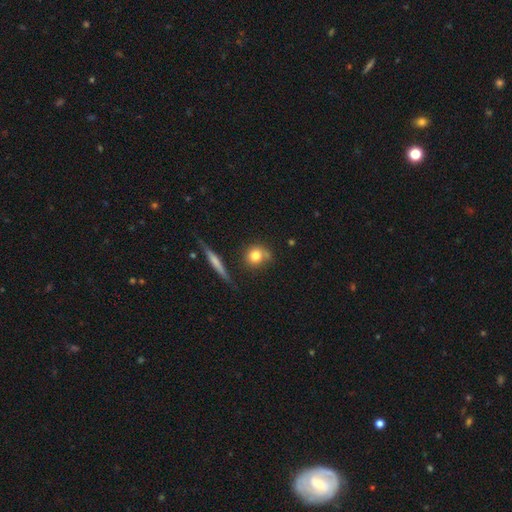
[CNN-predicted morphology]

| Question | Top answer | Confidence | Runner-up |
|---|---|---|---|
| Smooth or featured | smooth | 77% | featured or disk (14%) |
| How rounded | round | 80% | in between (15%) |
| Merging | none | 66% | minor disturbance (18%) |